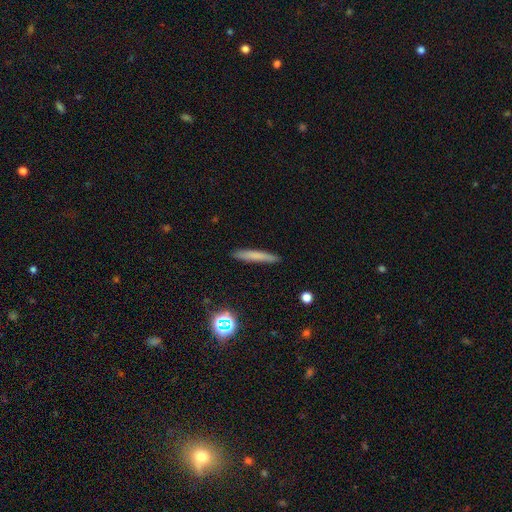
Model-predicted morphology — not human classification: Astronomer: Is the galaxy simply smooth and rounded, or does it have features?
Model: smooth — 71%.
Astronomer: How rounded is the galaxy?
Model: cigar-shaped — 94%.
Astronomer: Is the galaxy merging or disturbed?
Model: none — 90%.